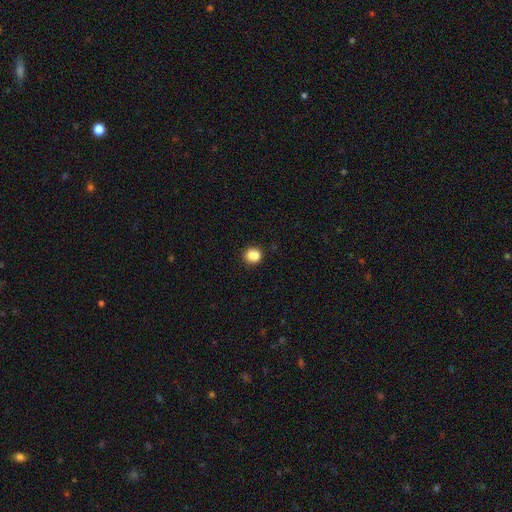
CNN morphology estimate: Smooth or featured: smooth — 82% (star or artifact — 10%)
How rounded: round — 79% (in between — 20%)
Merging: none — 62% (merger — 21%)